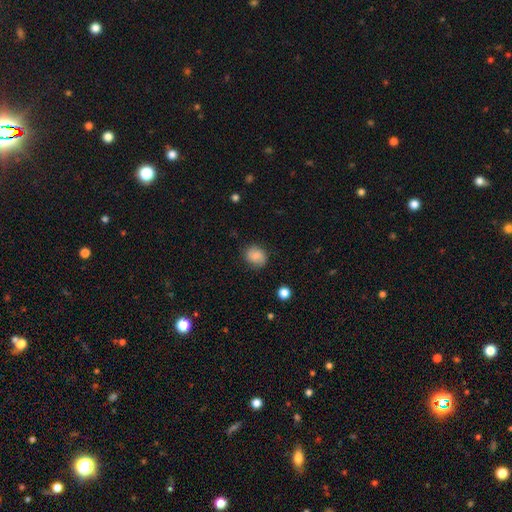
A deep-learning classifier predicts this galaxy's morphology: Smooth or featured: smooth — 78% (featured or disk — 13%)
How rounded: round — 63% (in between — 36%)
Merging: none — 80% (minor disturbance — 15%)